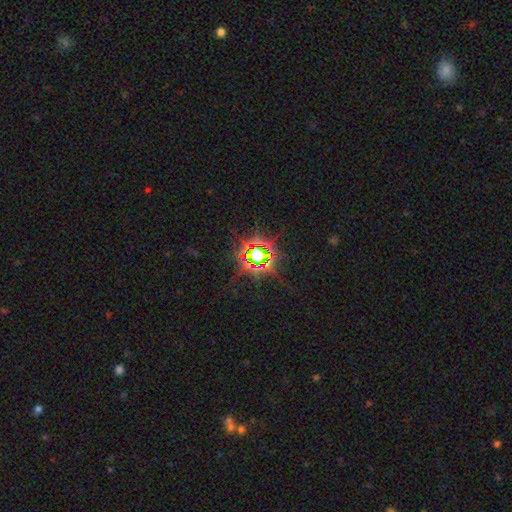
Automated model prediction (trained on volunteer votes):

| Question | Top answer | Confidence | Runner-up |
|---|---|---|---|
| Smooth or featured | star or artifact | 82% | featured or disk (9%) |